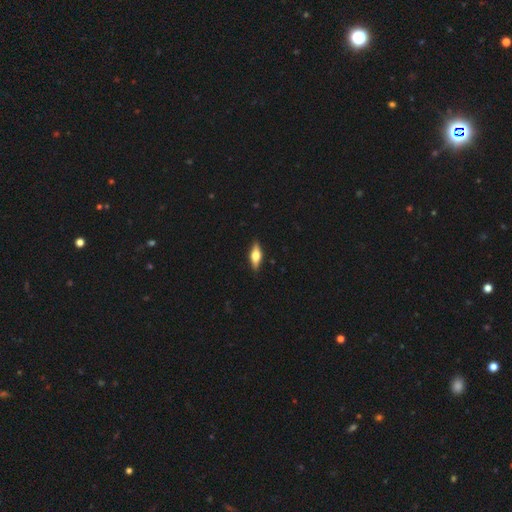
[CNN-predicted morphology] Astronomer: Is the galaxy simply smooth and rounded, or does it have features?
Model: featured or disk — 50% (runner-up: smooth, 43%).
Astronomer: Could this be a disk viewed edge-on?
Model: yes — 92%.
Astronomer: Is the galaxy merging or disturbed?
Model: none — 88%.